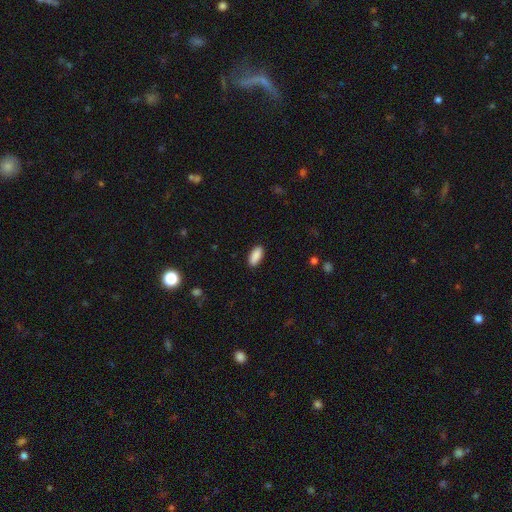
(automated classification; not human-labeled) smooth-or-featured: smooth: 90% | star or artifact: 6% | featured or disk: 4%
  how-rounded: in between: 87% | cigar-shaped: 11% | round: 2%
  merging: none: 89% | minor disturbance: 8% | major disturbance: 2% | merger: 1%